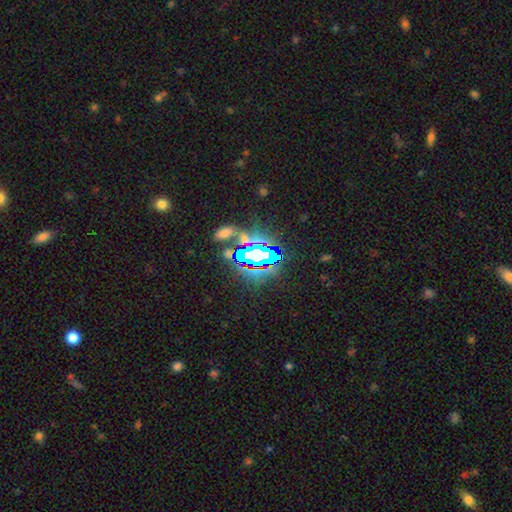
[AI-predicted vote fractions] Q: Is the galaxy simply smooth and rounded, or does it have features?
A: star or artifact — 69%.